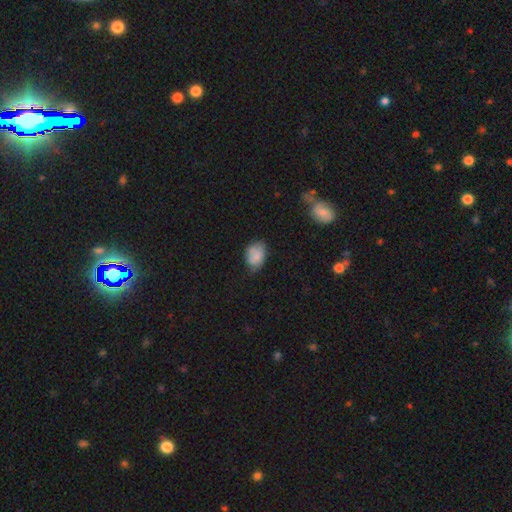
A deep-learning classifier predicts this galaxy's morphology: Smooth or featured? Predicted: smooth (p=0.80). How rounded? Predicted: in between (p=0.81). Merging? Predicted: none (p=0.57).